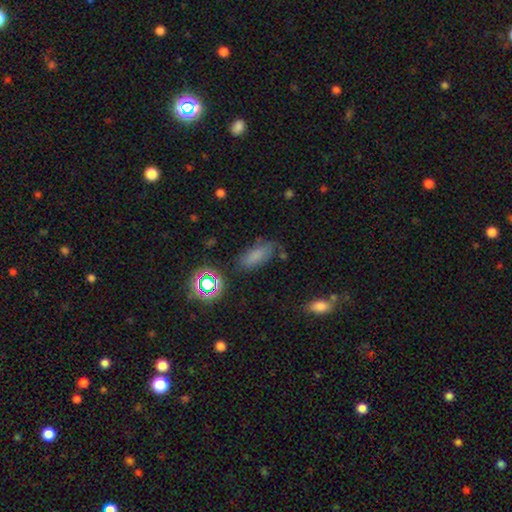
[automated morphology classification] Overall: smooth (73%). How rounded: in between (79%). Merging: none (68%).